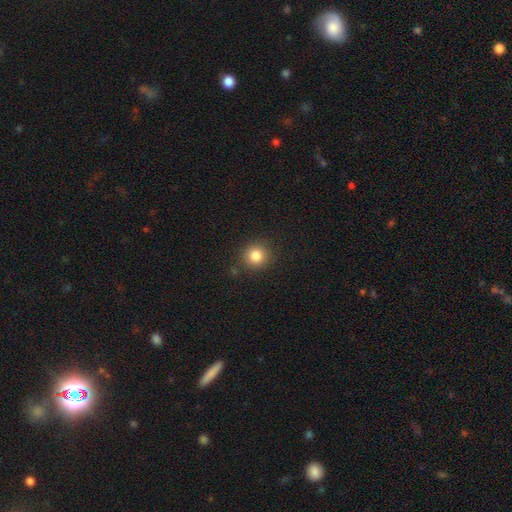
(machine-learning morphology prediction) smooth_or_featured: smooth (p=0.83) [alt: star or artifact p=0.11]
how_rounded: round (p=0.92) [alt: in between p=0.07]
merging: none (p=0.87) [alt: minor disturbance p=0.08]